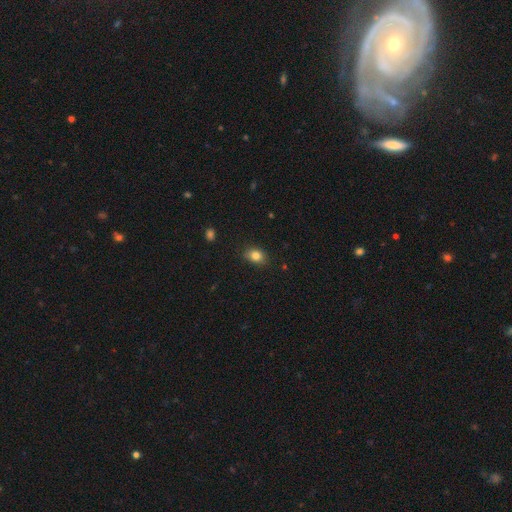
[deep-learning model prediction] Morphology: type=smooth (83%); roundness=in between (63%); merging=none (83%).